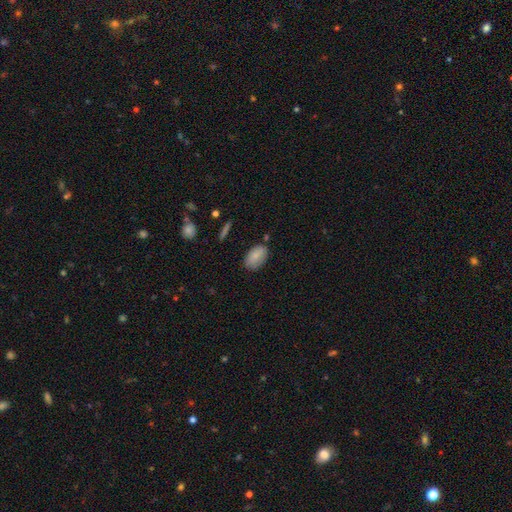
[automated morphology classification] smooth-or-featured: smooth: 84% | featured or disk: 9% | star or artifact: 7%
  how-rounded: in between: 93% | round: 5% | cigar-shaped: 2%
  merging: none: 79% | minor disturbance: 15% | major disturbance: 3% | merger: 3%